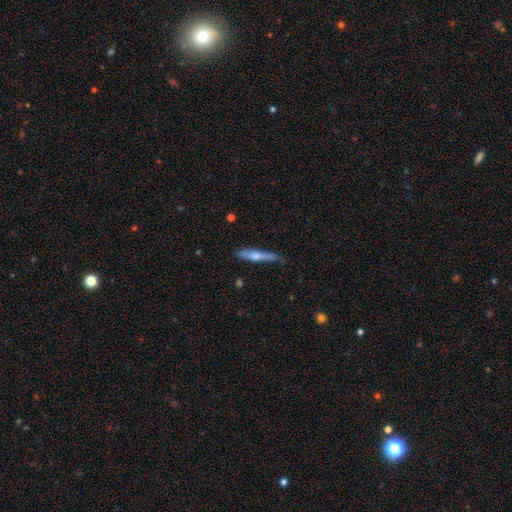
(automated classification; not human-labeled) This is possibly a featured or disk galaxy (58%). It is clearly viewed edge-on (93%). Edge-on bulge: likely rounded (79%). Merging: likely none (75%).